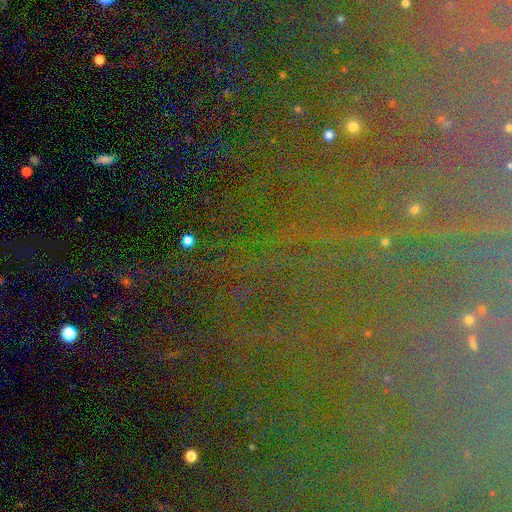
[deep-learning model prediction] Smooth or featured: star or artifact — 81% (featured or disk — 10%)